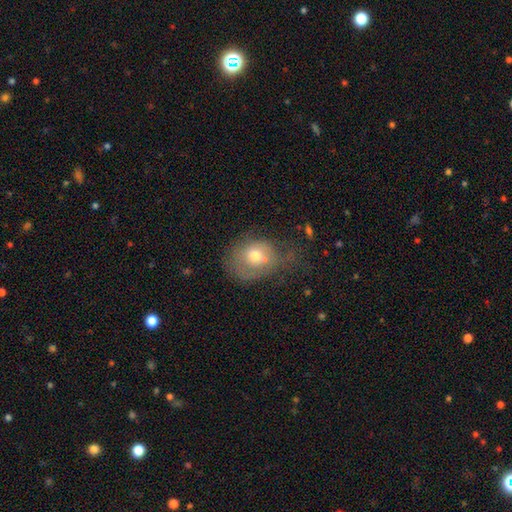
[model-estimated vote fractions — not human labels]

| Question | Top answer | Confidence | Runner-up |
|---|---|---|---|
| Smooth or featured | smooth | 60% | featured or disk (30%) |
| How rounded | round | 52% | in between (47%) |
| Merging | none | 34% | minor disturbance (30%) |